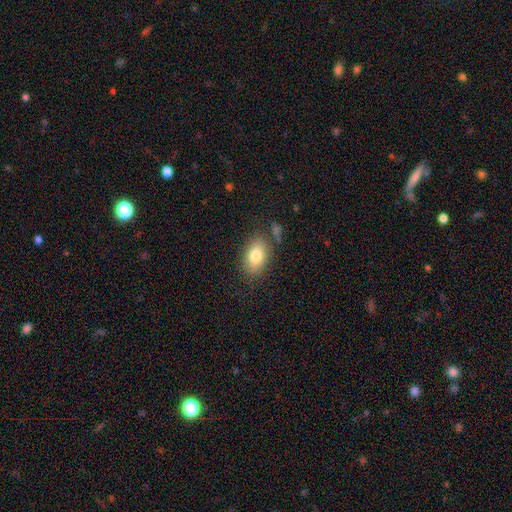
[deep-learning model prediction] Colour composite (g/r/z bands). It shows a smooth galaxy with no disk features (80%) that is in between round and cigar-shaped (87%). Merging: none (78%).